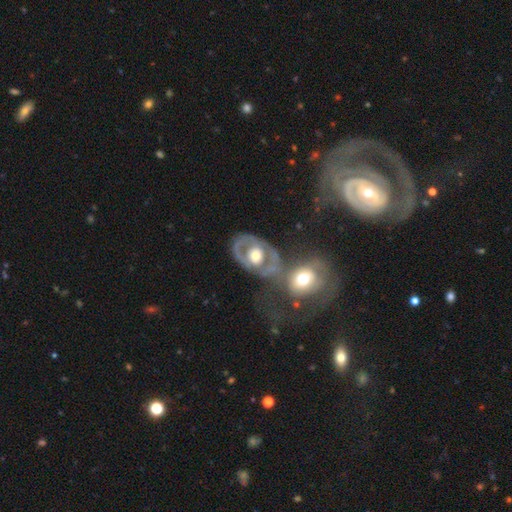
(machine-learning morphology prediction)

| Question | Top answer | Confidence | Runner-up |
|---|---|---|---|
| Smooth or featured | featured or disk | 69% | smooth (25%) |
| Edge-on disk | no | 95% | yes (5%) |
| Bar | no | 80% | weak (14%) |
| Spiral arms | no | 62% | yes (38%) |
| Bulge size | moderate | 65% | large (21%) |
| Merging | merger | 34% | none (33%) |